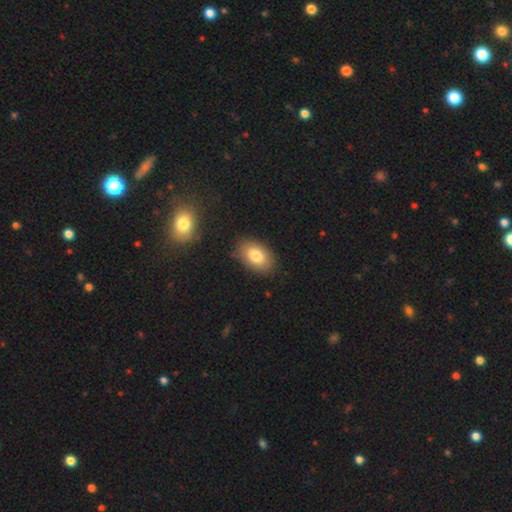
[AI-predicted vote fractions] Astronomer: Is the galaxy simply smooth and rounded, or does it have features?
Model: smooth — 80%.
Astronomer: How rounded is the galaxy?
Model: in between — 89%.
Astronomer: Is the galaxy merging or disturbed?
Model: none — 84%.